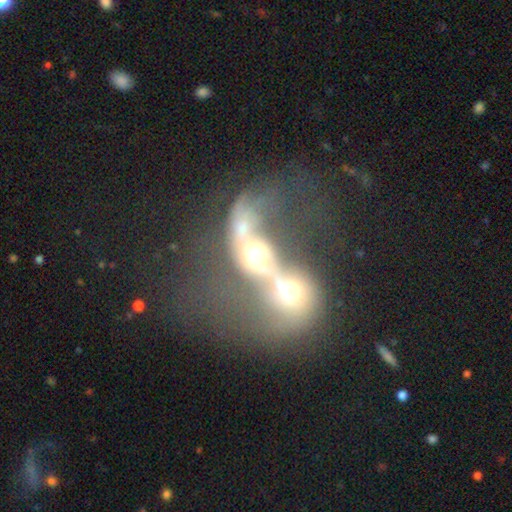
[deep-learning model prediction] Overall: featured or disk (64%; smooth 25%). Edge-on disk: no (95%). Bar: no (71%). Spiral arms: yes (55%; no 45%). Bulge size: moderate (52%; small 22%). Merging: merger (88%).